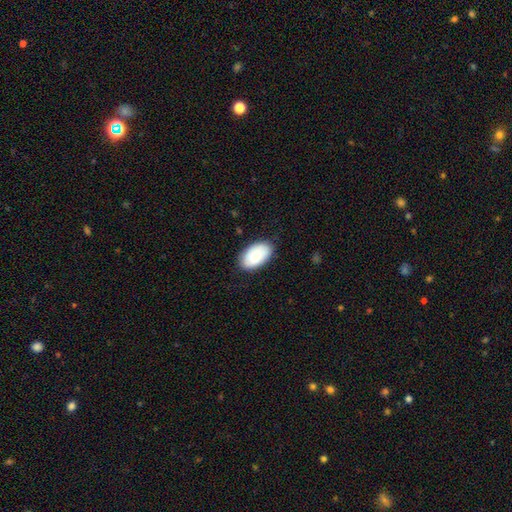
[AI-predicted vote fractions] Smooth or featured: smooth — 85% (featured or disk — 10%)
How rounded: in between — 95% (round — 4%)
Merging: none — 84% (minor disturbance — 13%)